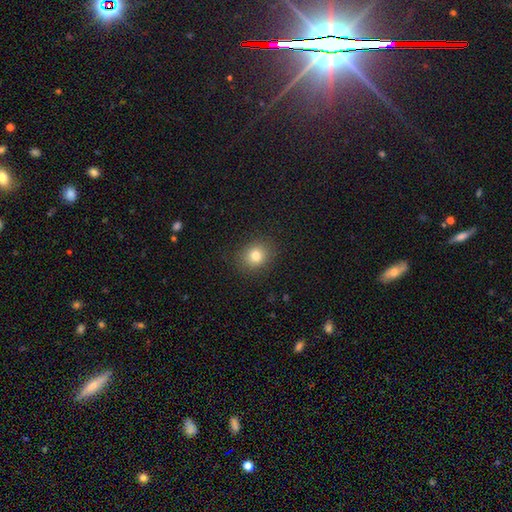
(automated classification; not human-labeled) smooth_or_featured: smooth (p=0.80) [alt: star or artifact p=0.12]
how_rounded: round (p=0.72) [alt: in between p=0.27]
merging: none (p=0.89) [alt: minor disturbance p=0.08]